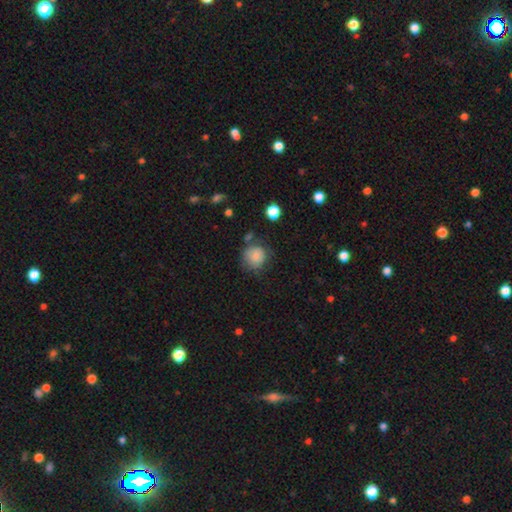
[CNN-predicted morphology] Smooth or featured? Predicted: smooth (p=0.82). How rounded? Predicted: round (p=0.86). Merging? Predicted: none (p=0.64).